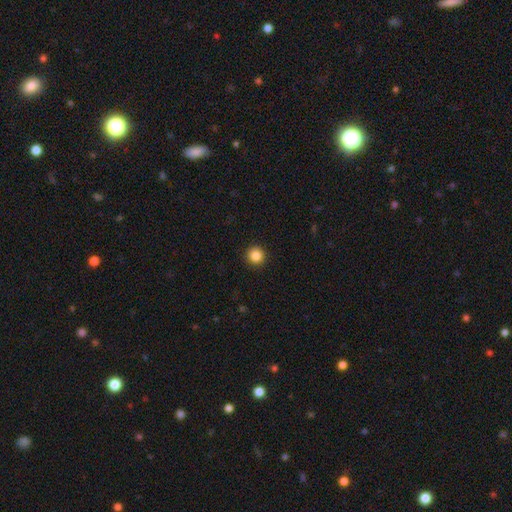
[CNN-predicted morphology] type=smooth (86%); roundness=round (95%); merging=none (93%).